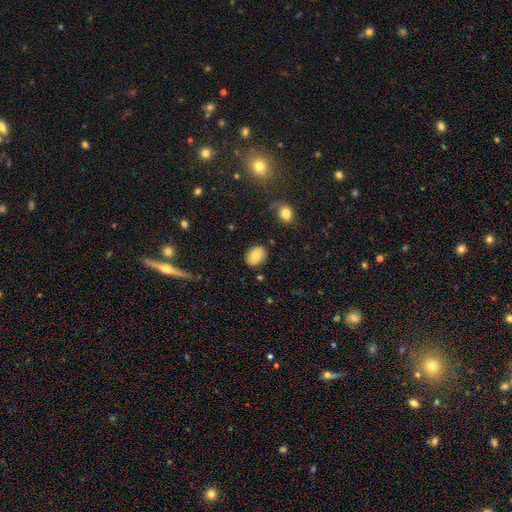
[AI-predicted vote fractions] smooth 75%, featured or disk 15%, star or artifact 10%. Down the decision tree: how rounded — in between (64%); merging — none (83%).